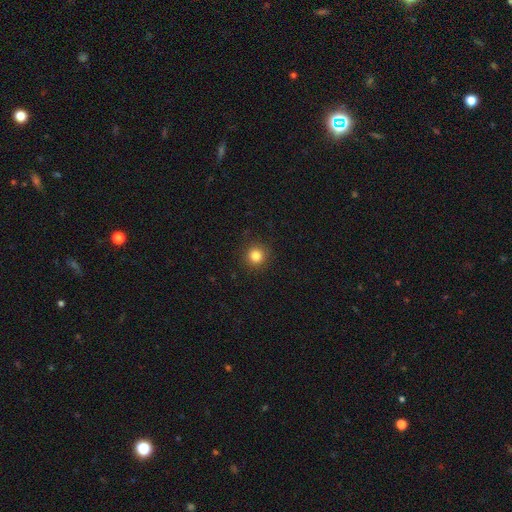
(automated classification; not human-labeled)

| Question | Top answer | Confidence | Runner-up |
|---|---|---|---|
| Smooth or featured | smooth | 83% | star or artifact (12%) |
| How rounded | round | 94% | in between (5%) |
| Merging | none | 91% | minor disturbance (6%) |